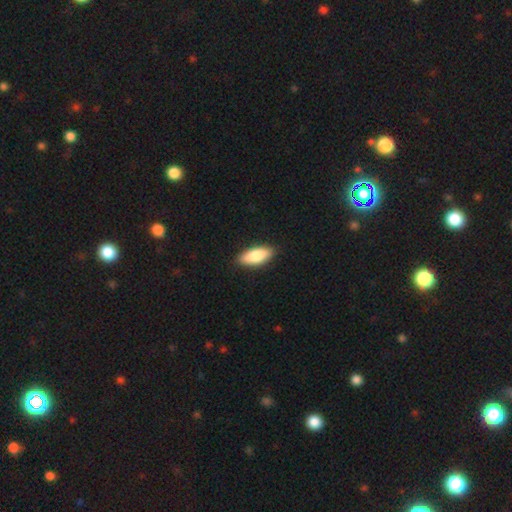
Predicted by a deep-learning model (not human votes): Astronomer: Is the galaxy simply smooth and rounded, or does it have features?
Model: smooth — 83%.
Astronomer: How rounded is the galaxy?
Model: in between — 81%.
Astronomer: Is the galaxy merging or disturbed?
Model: none — 89%.